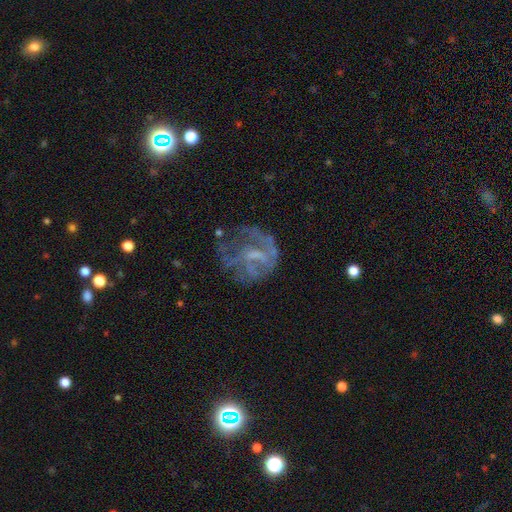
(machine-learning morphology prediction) smooth-or-featured: featured or disk: 65% | smooth: 20% | star or artifact: 15%
  disk-edge-on: no: 97% | yes: 3%
    bar: no: 51% | weak: 37% | strong: 12%
    has-spiral-arms: no: 52% | yes: 48%
    bulge-size: none: 47% | small: 31% | moderate: 19% | large: 2% | dominant: 1%
  merging: none: 47% | major disturbance: 31% | minor disturbance: 19% | merger: 3%